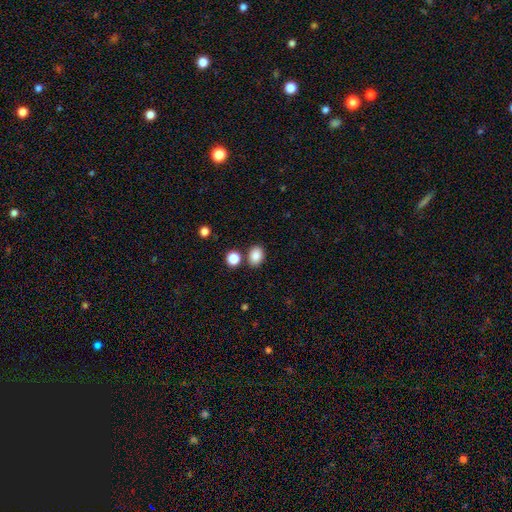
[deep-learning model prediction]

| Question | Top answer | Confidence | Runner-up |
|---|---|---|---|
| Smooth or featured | smooth | 86% | star or artifact (10%) |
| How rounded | in between | 65% | round (34%) |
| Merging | none | 79% | minor disturbance (9%) |